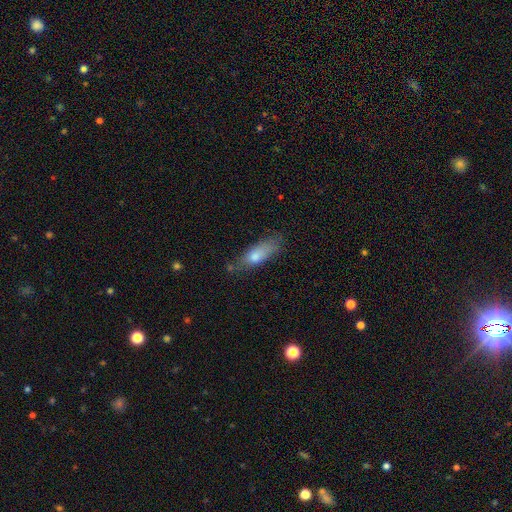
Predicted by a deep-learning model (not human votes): Smooth or featured? Predicted: smooth (p=0.73). How rounded? Predicted: in between (p=0.54). Merging? Predicted: none (p=0.61).